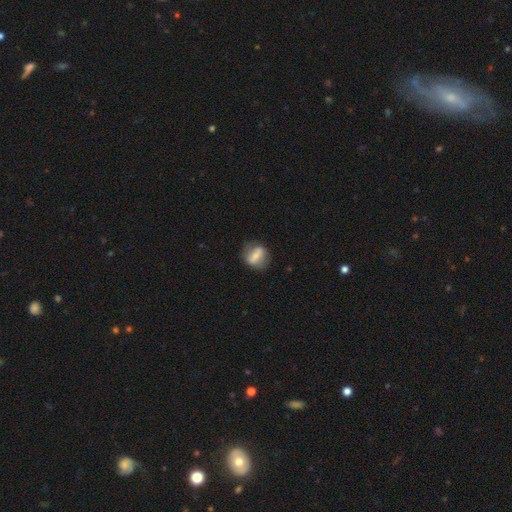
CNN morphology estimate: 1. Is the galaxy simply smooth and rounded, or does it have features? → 49% smooth, 43% featured or disk, 8% star or artifact.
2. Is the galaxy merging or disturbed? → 74% none, 17% minor disturbance, 7% major disturbance, 2% merger.